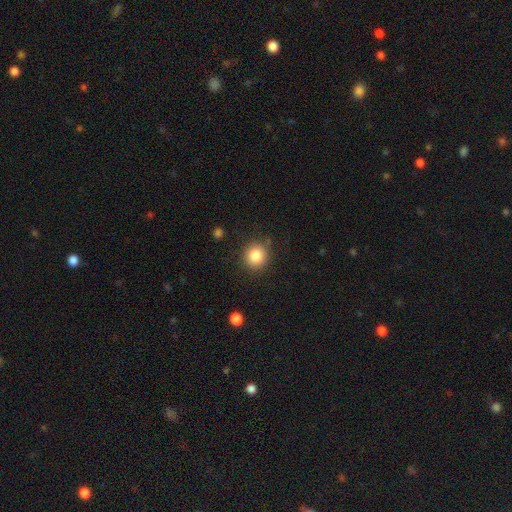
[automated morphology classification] Q: Smooth or featured?
A: smooth (85%); runner-up: star or artifact (10%)
Q: How rounded?
A: round (88%); runner-up: in between (11%)
Q: Merging?
A: none (85%); runner-up: minor disturbance (10%)